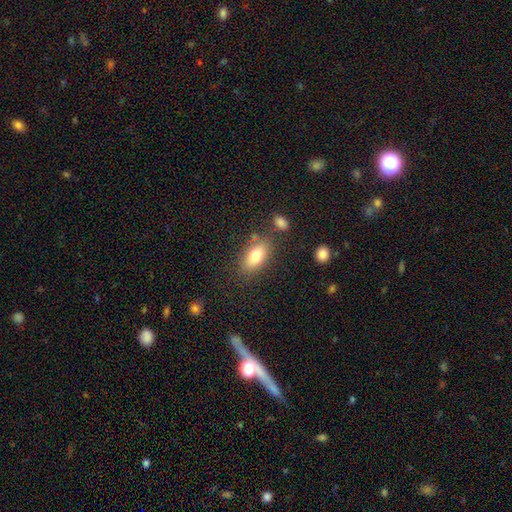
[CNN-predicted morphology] Overall: smooth (78%). How rounded: in between (86%). Merging: none (77%).